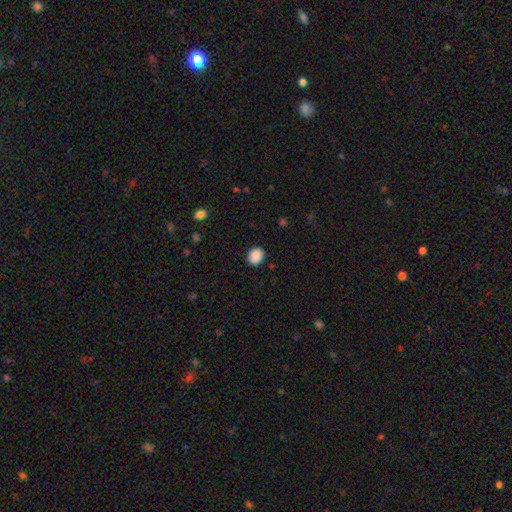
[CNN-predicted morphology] Smooth or featured? Predicted: smooth (p=0.89). How rounded? Predicted: round (p=0.65). Merging? Predicted: none (p=0.88).